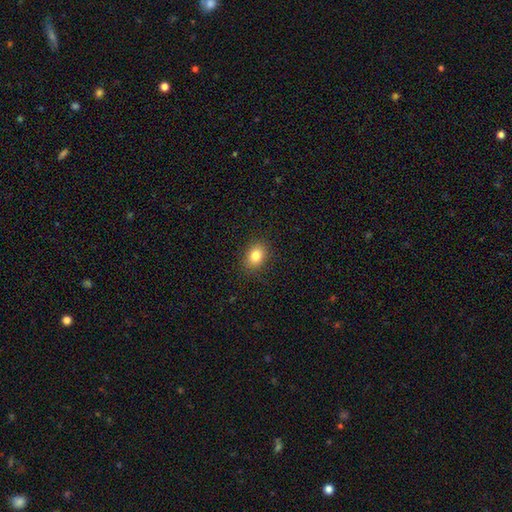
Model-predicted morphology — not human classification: type=smooth (83%); roundness=in between (69%); merging=none (88%).